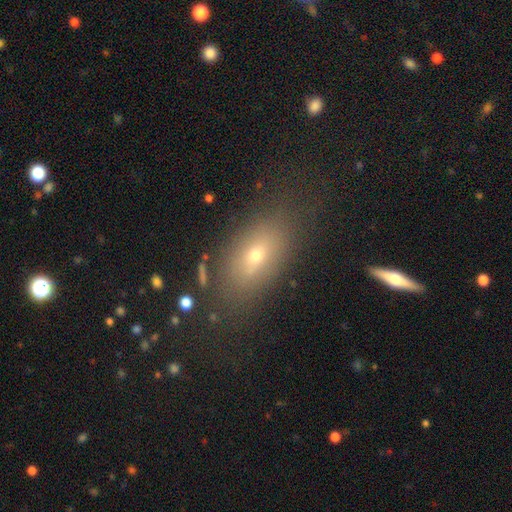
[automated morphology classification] Smooth or featured: smooth — 63% (featured or disk — 23%)
How rounded: in between — 80% (round — 11%)
Merging: none — 75% (minor disturbance — 14%)